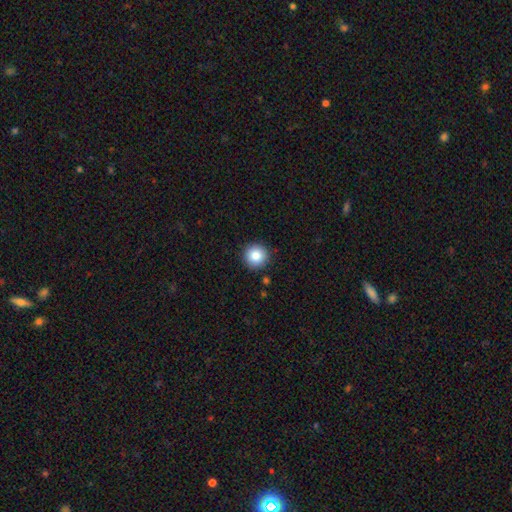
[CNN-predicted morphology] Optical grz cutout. It shows a smooth galaxy with no disk features (84%) that is round (95%). Merging: none (91%).